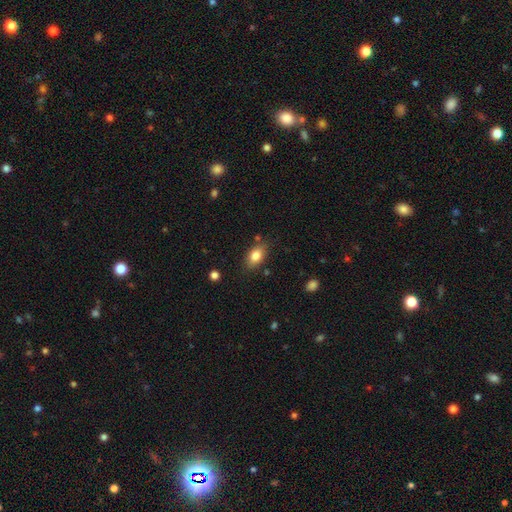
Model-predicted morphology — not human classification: Smooth or featured: smooth — 82% (featured or disk — 10%)
How rounded: in between — 86% (round — 11%)
Merging: none — 80% (minor disturbance — 14%)